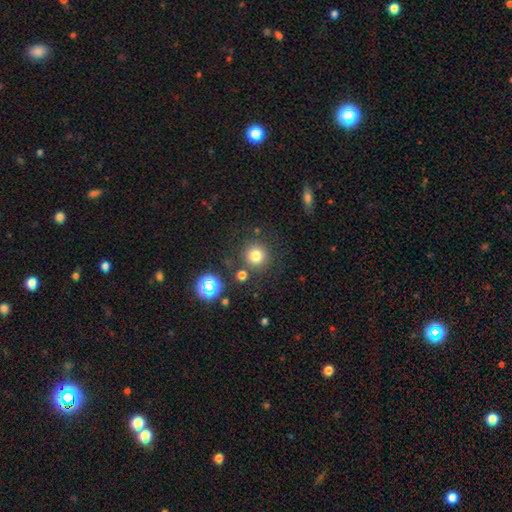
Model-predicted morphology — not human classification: This appears to be a smooth galaxy with no disk features (77%) that is round (94%). Merging: none (83%).